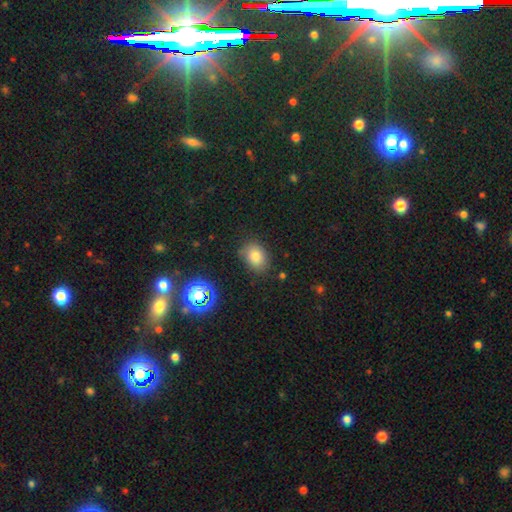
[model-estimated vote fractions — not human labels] smooth_or_featured: smooth (p=0.77) [alt: star or artifact p=0.15]
how_rounded: in between (p=0.70) [alt: round p=0.29]
merging: none (p=0.81) [alt: minor disturbance p=0.13]